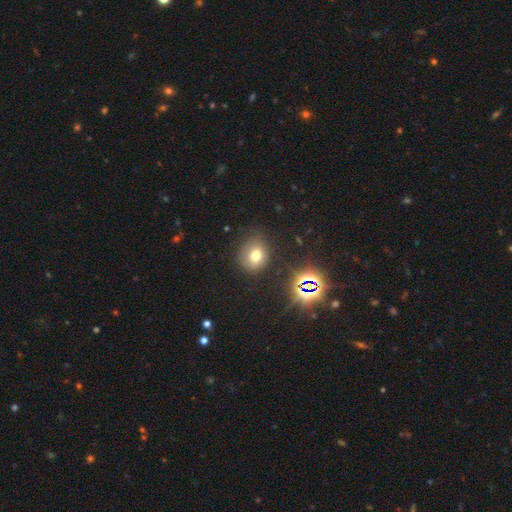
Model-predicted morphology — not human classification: smooth-or-featured: smooth: 68% | star or artifact: 20% | featured or disk: 12%
  how-rounded: round: 63% | in between: 36% | cigar-shaped: 1%
  merging: none: 75% | minor disturbance: 16% | major disturbance: 6% | merger: 2%